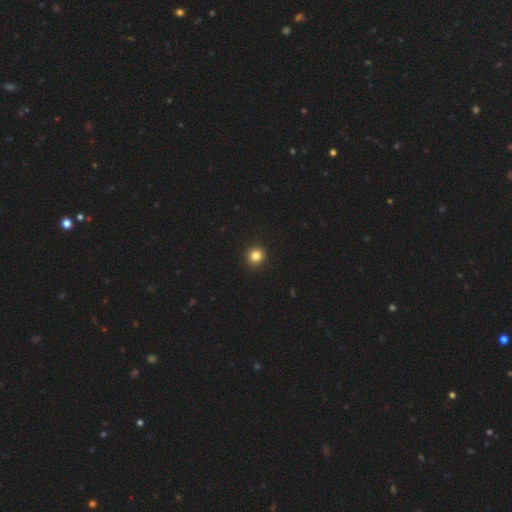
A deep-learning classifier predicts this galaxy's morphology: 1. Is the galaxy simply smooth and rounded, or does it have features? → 84% smooth, 12% star or artifact, 5% featured or disk.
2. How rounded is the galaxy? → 93% round, 6% in between, 1% cigar-shaped.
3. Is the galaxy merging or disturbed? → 94% none, 4% minor disturbance, 1% major disturbance, 1% merger.